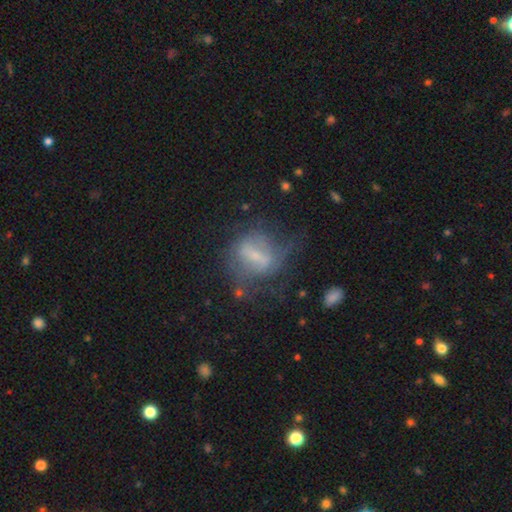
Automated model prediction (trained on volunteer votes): Smooth or featured? Predicted: featured or disk (p=0.53). Edge-on disk? Predicted: no (p=0.91). Merging? Predicted: none (p=0.39).